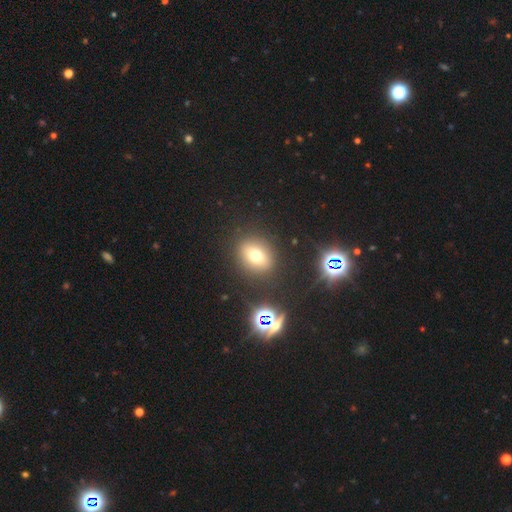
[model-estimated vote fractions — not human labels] Overall: smooth (66%). How rounded: round (57%; in between 41%). Merging: none (85%).